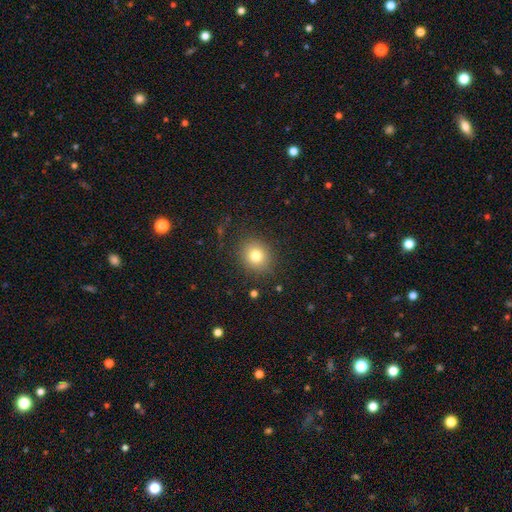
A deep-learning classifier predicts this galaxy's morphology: Smooth or featured?
  - smooth: 78% *
  - star or artifact: 12%
  - featured or disk: 9%
How rounded?
  - round: 82% *
  - in between: 18%
  - cigar-shaped: 1%
Merging?
  - none: 86% *
  - minor disturbance: 9%
  - major disturbance: 4%
  - merger: 1%